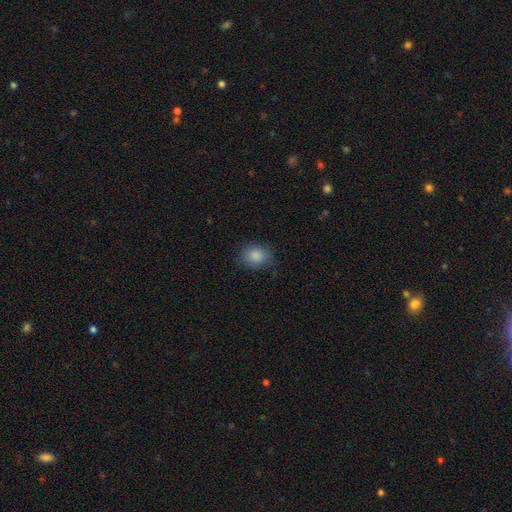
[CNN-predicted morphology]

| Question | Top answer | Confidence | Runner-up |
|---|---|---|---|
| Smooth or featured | smooth | 87% | star or artifact (9%) |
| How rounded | round | 53% | in between (46%) |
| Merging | none | 80% | minor disturbance (15%) |